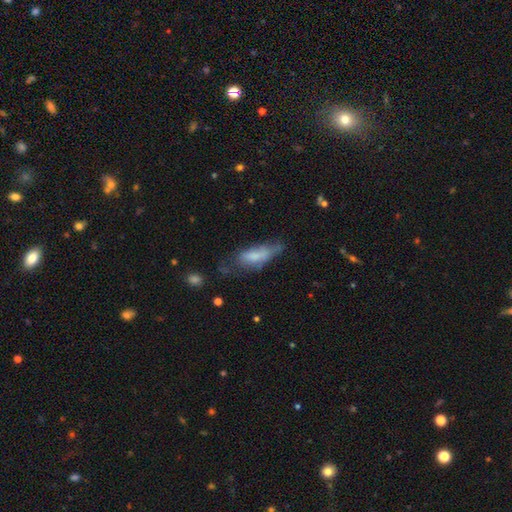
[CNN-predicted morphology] Smooth or featured? Predicted: smooth (p=0.64). How rounded? Predicted: in between (p=0.60). Merging? Predicted: none (p=0.36).